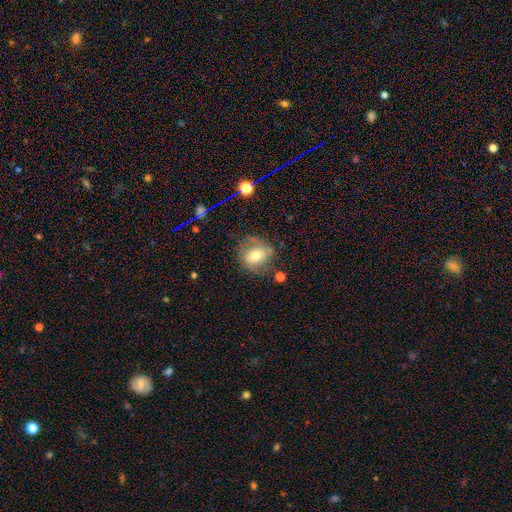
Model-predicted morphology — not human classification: A smooth galaxy with no disk features (66%) that is round (73%).

Vote fractions:
- Smooth or featured? smooth: 66% / featured or disk: 23% / star or artifact: 11%
- How rounded? round: 73% / in between: 26% / cigar-shaped: 1%
- Merging? none: 64% / minor disturbance: 23% / major disturbance: 9% / merger: 4%